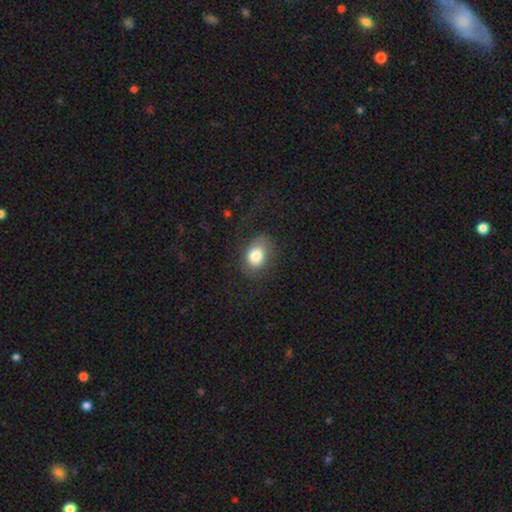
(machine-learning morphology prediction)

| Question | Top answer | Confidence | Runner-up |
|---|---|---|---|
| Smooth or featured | smooth | 78% | featured or disk (13%) |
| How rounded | in between | 62% | round (37%) |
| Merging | none | 65% | minor disturbance (17%) |